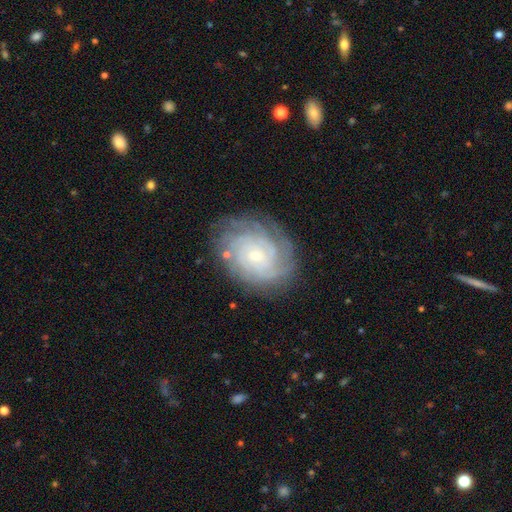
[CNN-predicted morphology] Q: Smooth or featured?
A: featured or disk (83%); runner-up: smooth (10%)
Q: Edge-on disk?
A: no (97%); runner-up: yes (3%)
Q: Bar?
A: no (76%); runner-up: weak (20%)
Q: Spiral arms?
A: yes (96%); runner-up: no (4%)
Q: Spiral winding?
A: tight (79%); runner-up: medium (17%)
Q: Spiral arm count?
A: can't tell (34%); runner-up: 4 (23%)
Q: Bulge size?
A: small (79%); runner-up: moderate (17%)
Q: Merging?
A: none (78%); runner-up: minor disturbance (15%)